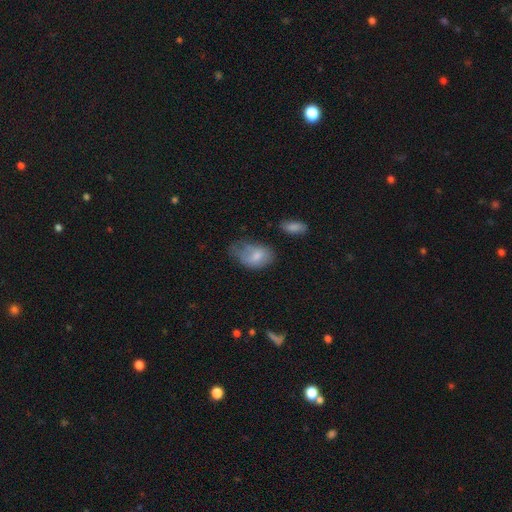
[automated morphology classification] A smooth galaxy with no disk features (72%) that is in between round and cigar-shaped (85%).

Vote fractions:
- Smooth or featured? smooth: 72% / featured or disk: 21% / star or artifact: 7%
- How rounded? in between: 85% / round: 13% / cigar-shaped: 1%
- Merging? minor disturbance: 38% / none: 34% / major disturbance: 23% / merger: 4%